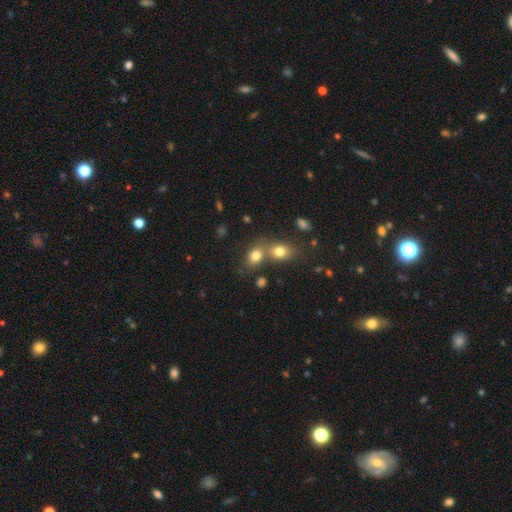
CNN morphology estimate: Q: Smooth or featured?
A: smooth (79%); runner-up: star or artifact (12%)
Q: How rounded?
A: in between (64%); runner-up: round (35%)
Q: Merging?
A: merger (46%); runner-up: none (41%)